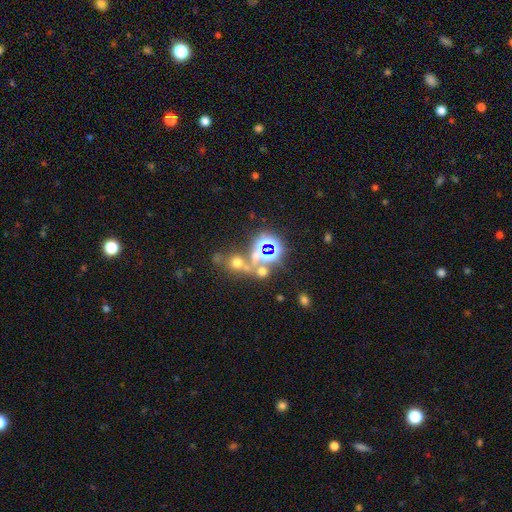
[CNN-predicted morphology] Smooth or featured: star or artifact — 49% (smooth — 40%)